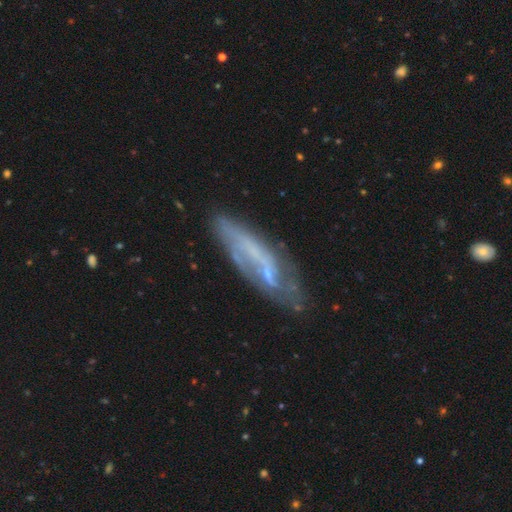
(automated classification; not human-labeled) Smooth or featured: featured or disk — 63% (smooth — 28%)
Edge-on disk: no — 67% (yes — 33%)
Merging: none — 61% (minor disturbance — 23%)